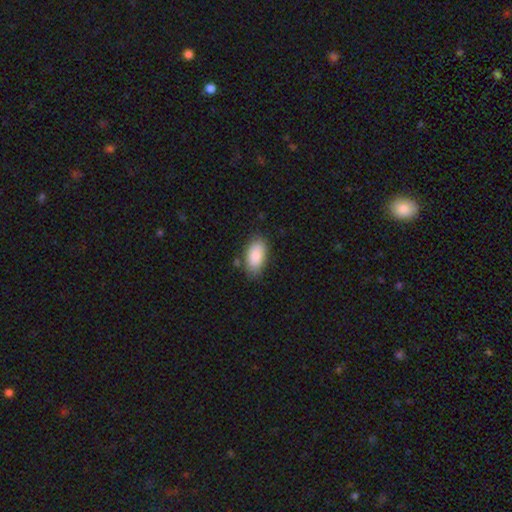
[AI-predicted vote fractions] smooth-or-featured: smooth: 86% | featured or disk: 7% | star or artifact: 6%
  how-rounded: in between: 94% | round: 3% | cigar-shaped: 3%
  merging: none: 77% | minor disturbance: 16% | major disturbance: 3% | merger: 3%